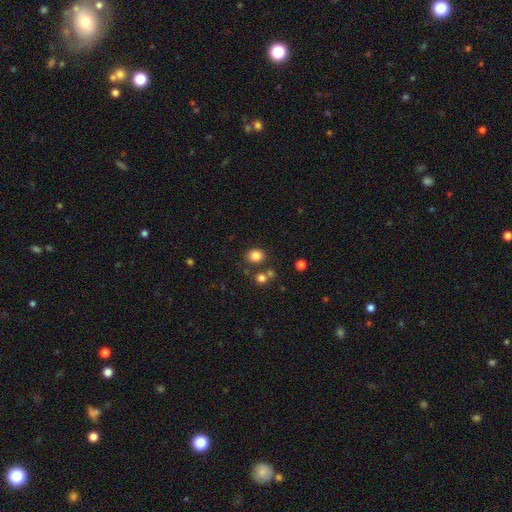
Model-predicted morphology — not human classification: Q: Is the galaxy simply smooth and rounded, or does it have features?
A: smooth — 82%.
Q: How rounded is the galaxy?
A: round — 63%.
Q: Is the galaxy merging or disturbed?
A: none — 75%.